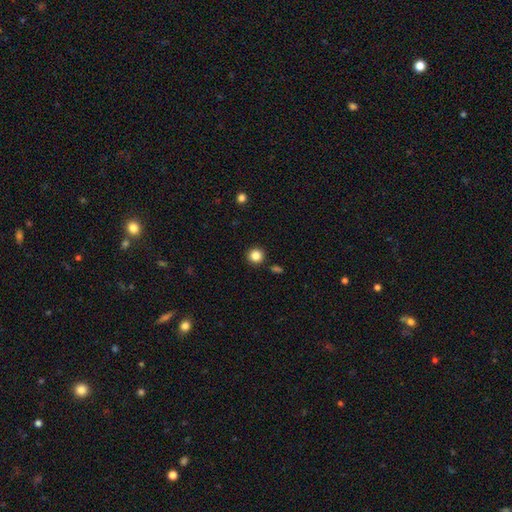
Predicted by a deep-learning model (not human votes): A smooth galaxy with no disk features (85%) that is round (94%). Merging: none (91%).